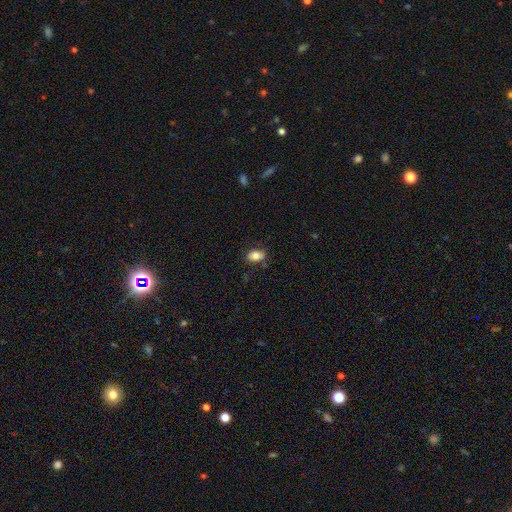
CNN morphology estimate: Overall: smooth (80%). How rounded: in between (87%). Merging: none (78%).